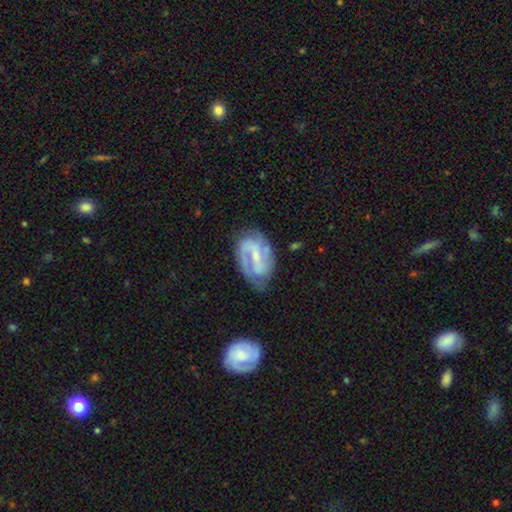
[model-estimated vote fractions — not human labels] Morphology: type=featured or disk (85%); edge-on=no (97%); bar=weak (43%); spiral arms=yes (94%); winding=medium (48%); arm count=2 (78%); bulge=small (64%); merging=none (64%).